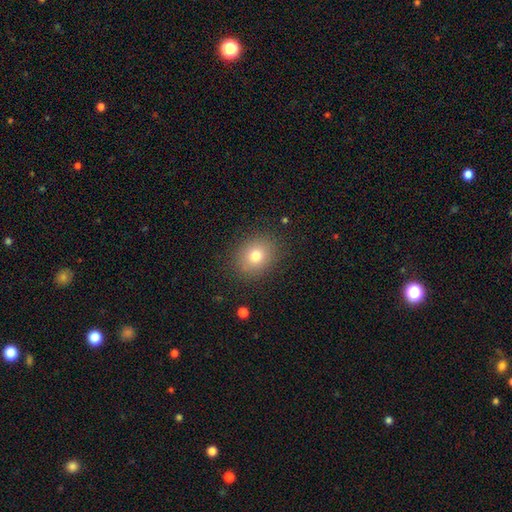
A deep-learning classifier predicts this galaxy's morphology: Overall: smooth (77%). How rounded: round (58%; in between 41%). Merging: none (86%).